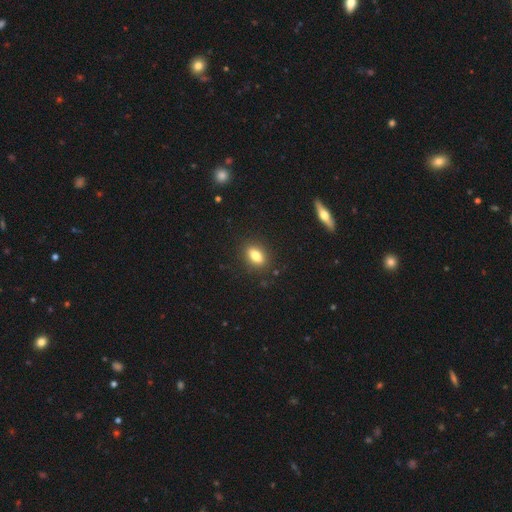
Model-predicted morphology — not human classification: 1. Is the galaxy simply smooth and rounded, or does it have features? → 82% smooth, 9% star or artifact, 9% featured or disk.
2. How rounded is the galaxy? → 83% in between, 12% round, 5% cigar-shaped.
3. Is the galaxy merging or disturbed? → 88% none, 9% minor disturbance, 2% major disturbance, 1% merger.